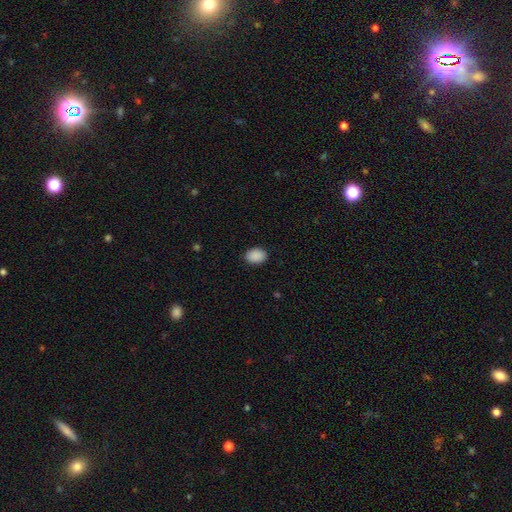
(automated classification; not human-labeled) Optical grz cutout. It shows a smooth galaxy with no disk features (90%) that is in between round and cigar-shaped (74%). Merging: none (89%).